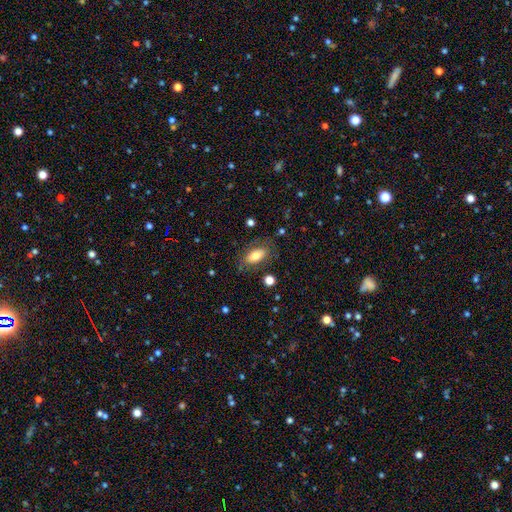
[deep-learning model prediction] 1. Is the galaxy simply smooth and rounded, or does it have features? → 70% smooth, 23% featured or disk, 8% star or artifact.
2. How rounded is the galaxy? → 88% in between, 8% cigar-shaped, 5% round.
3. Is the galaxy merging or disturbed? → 74% none, 16% minor disturbance, 8% major disturbance, 2% merger.